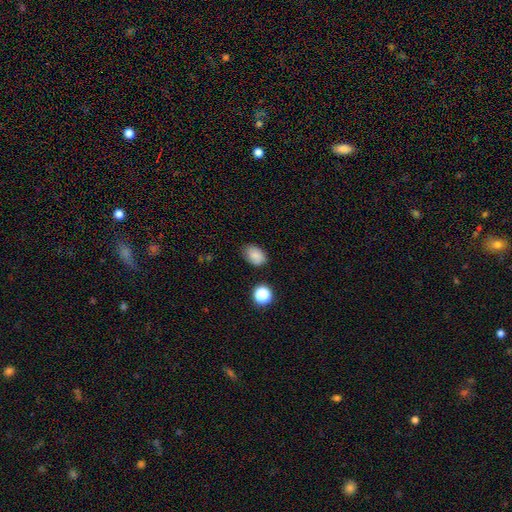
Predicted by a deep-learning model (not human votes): Morphology: type=smooth (82%); roundness=in between (78%); merging=none (77%).